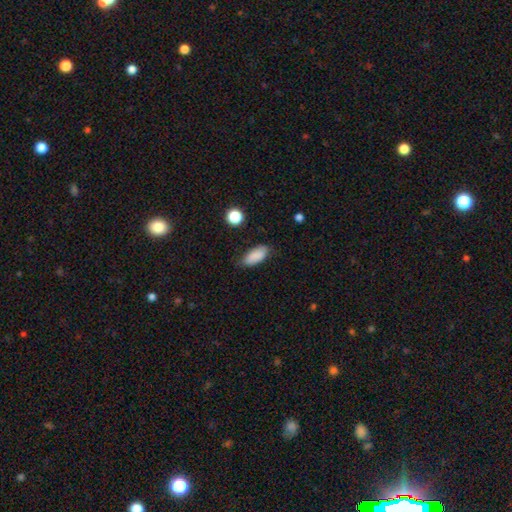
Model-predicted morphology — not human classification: A smooth galaxy with no disk features (87%) that is in between round and cigar-shaped (87%).

Vote fractions:
- Smooth or featured? smooth: 87% / star or artifact: 8% / featured or disk: 5%
- How rounded? in between: 87% / cigar-shaped: 11% / round: 3%
- Merging? none: 77% / minor disturbance: 18% / major disturbance: 3% / merger: 2%